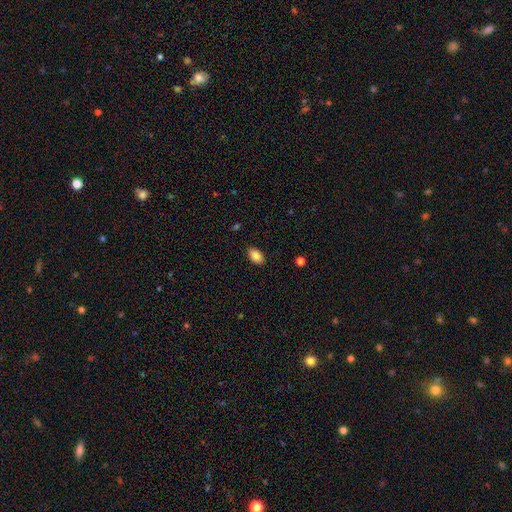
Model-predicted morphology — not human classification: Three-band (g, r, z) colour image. It shows a smooth galaxy with no disk features (86%) that is in between round and cigar-shaped (91%). Merging: none (88%).